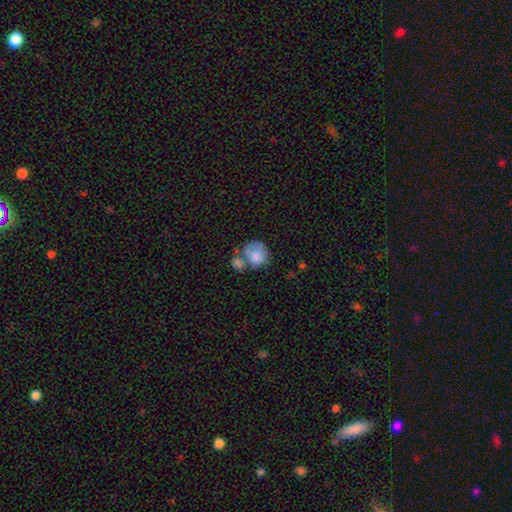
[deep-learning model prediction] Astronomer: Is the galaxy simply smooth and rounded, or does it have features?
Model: smooth — 69%.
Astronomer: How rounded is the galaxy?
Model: round — 66%.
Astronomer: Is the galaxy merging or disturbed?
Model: merger — 41% (runner-up: none, 27%).